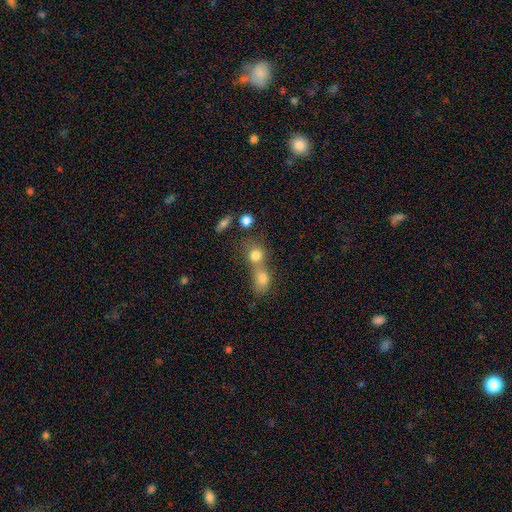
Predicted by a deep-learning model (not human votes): Smooth or featured? Predicted: smooth (p=0.78). How rounded? Predicted: round (p=0.69). Merging? Predicted: merger (p=0.58).